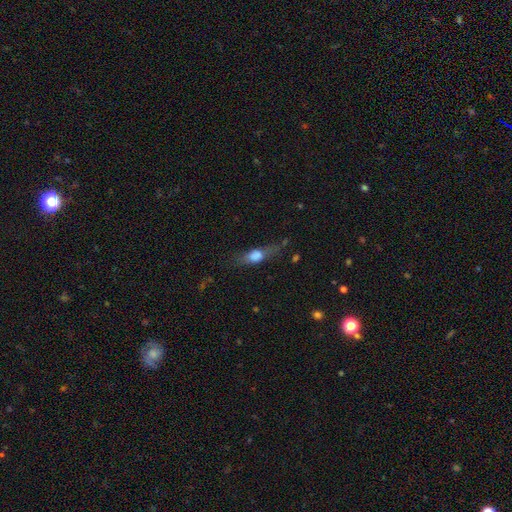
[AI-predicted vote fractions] Smooth or featured?
  - smooth: 56% *
  - featured or disk: 34%
  - star or artifact: 10%
How rounded?
  - in between: 54% *
  - cigar-shaped: 37%
  - round: 8%
Merging?
  - none: 58% *
  - minor disturbance: 23%
  - major disturbance: 14%
  - merger: 4%